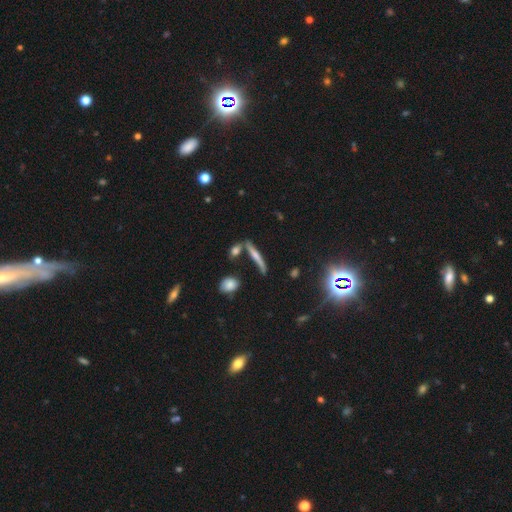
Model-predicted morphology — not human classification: Smooth or featured? featured or disk (50%)
Merging? none (67%)